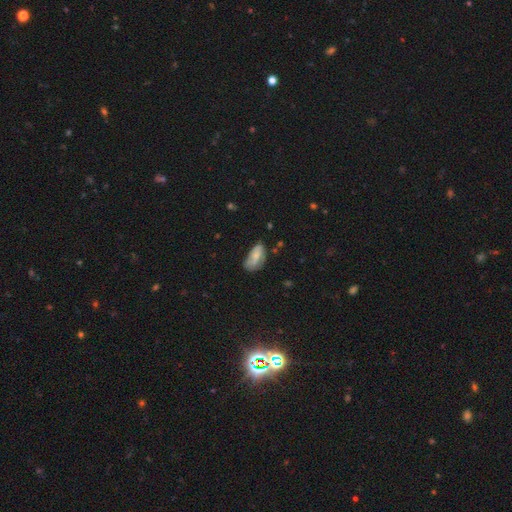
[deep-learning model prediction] Smooth or featured?
  - smooth: 56% *
  - featured or disk: 35%
  - star or artifact: 9%
How rounded?
  - in between: 90% *
  - cigar-shaped: 6%
  - round: 4%
Merging?
  - none: 47% *
  - minor disturbance: 34%
  - major disturbance: 15%
  - merger: 4%